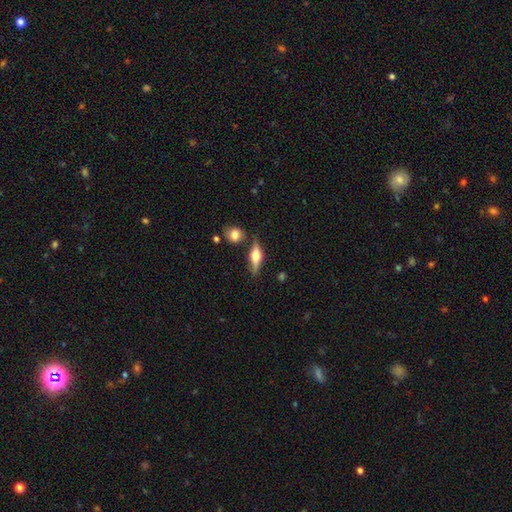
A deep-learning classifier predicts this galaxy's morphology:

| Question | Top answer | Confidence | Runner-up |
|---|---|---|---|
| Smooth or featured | featured or disk | 53% | smooth (40%) |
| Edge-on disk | yes | 93% | no (7%) |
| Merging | none | 73% | minor disturbance (14%) |